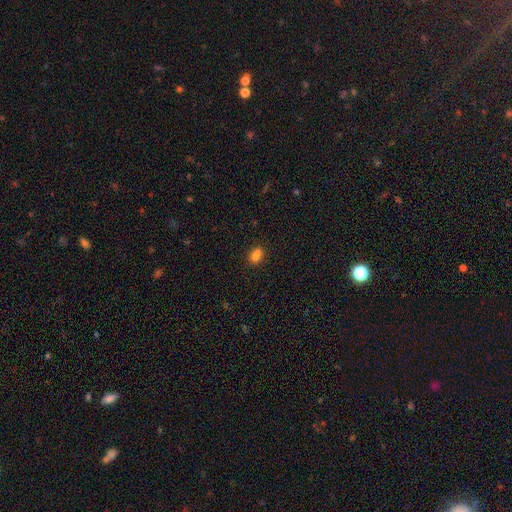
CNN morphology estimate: smooth_or_featured: smooth (p=0.73) [alt: star or artifact p=0.14]
how_rounded: round (p=0.64) [alt: in between p=0.34]
merging: merger (p=0.46) [alt: none p=0.40]